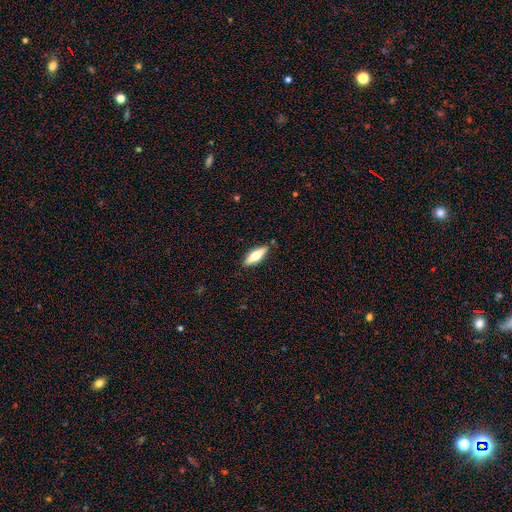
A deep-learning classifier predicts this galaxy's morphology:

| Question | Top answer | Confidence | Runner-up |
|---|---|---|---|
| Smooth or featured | smooth | 55% | featured or disk (40%) |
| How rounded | cigar-shaped | 50% | in between (48%) |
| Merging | none | 87% | minor disturbance (9%) |